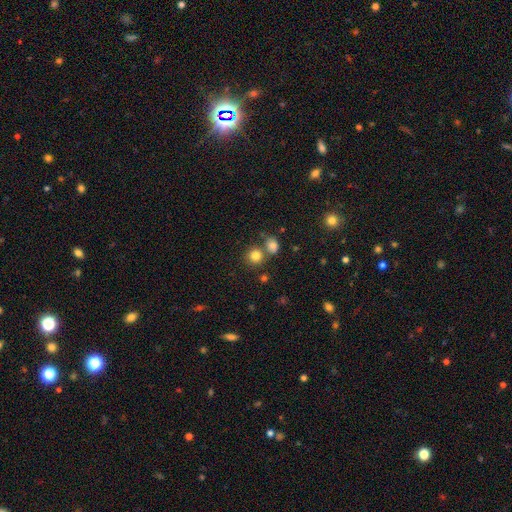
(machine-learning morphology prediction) A smooth galaxy with no disk features (81%) that is round (86%). Merging: none (67%).